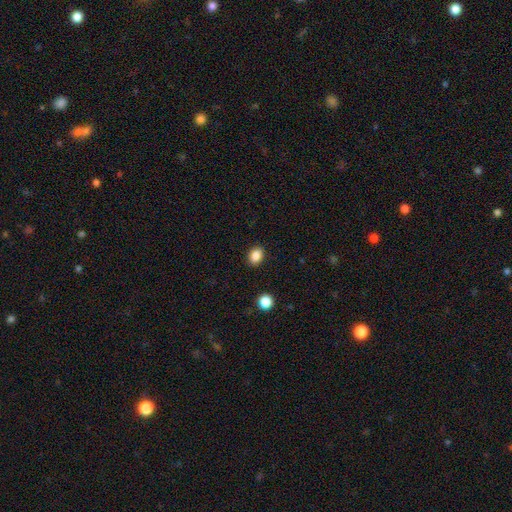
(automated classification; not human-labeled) Smooth or featured? Predicted: smooth (p=0.86). How rounded? Predicted: in between (p=0.65). Merging? Predicted: none (p=0.89).